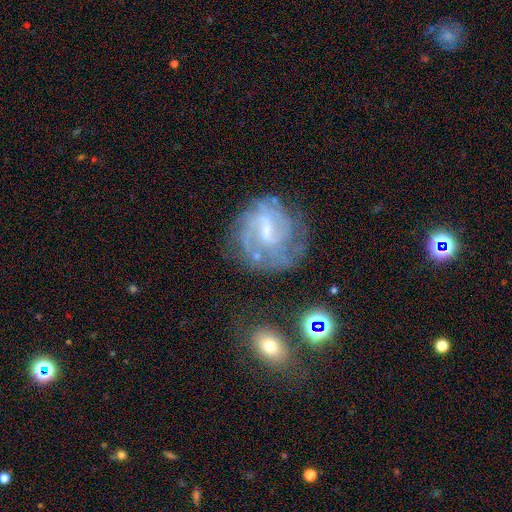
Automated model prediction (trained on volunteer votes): This is likely a featured or disk galaxy (79%). It is clearly not viewed edge-on (98%). Bar: possibly weak (58%). Spiral arm pattern: clearly yes (88%). Spiral arm count: marginally can't tell (37%). Spiral winding: possibly tight (48%). Central bulge: possibly small (46%). Merging: possibly none (59%).